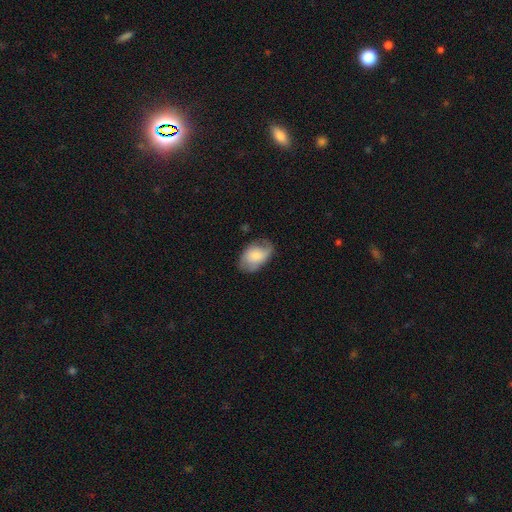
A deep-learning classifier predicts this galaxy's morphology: A smooth galaxy with no disk features (58%) that is in between round and cigar-shaped (86%). Merging: none (61%).